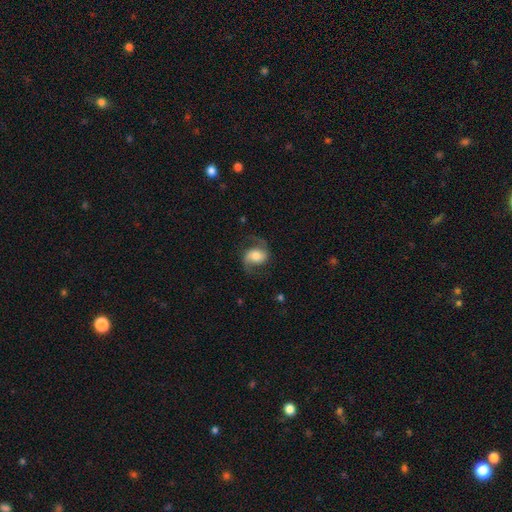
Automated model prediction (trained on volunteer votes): Smooth or featured: featured or disk — 71% (smooth — 21%)
Edge-on disk: no — 97% (yes — 3%)
Bar: no — 51% (weak — 34%)
Spiral arms: yes — 94% (no — 6%)
Spiral winding: loose — 48% (medium — 42%)
Spiral arm count: 2 — 90% (1 — 4%)
Bulge size: moderate — 51% (large — 22%)
Merging: none — 69% (minor disturbance — 17%)